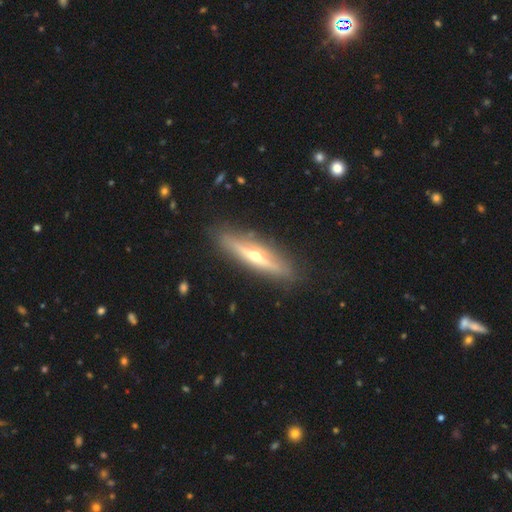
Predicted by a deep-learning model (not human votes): smooth_or_featured: featured or disk (p=0.75) [alt: smooth p=0.20]
disk_edge_on: yes (p=0.94) [alt: no p=0.06]
edge_on_bulge: rounded (p=0.90) [alt: none p=0.07]
merging: none (p=0.88) [alt: minor disturbance p=0.09]